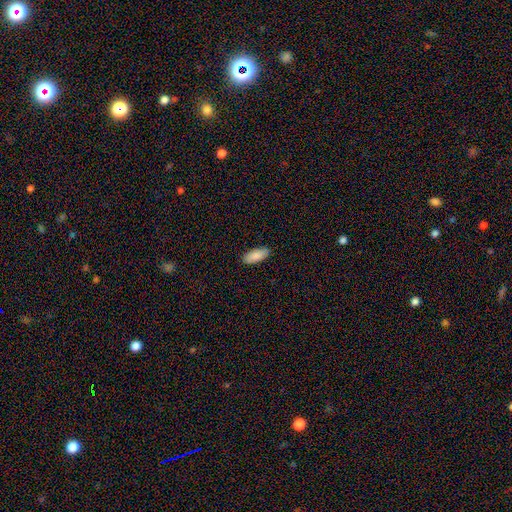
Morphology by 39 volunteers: Smooth or featured? 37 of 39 (95%) said smooth. How rounded? 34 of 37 (92%) said in between. Merging? 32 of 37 (86%) said none.